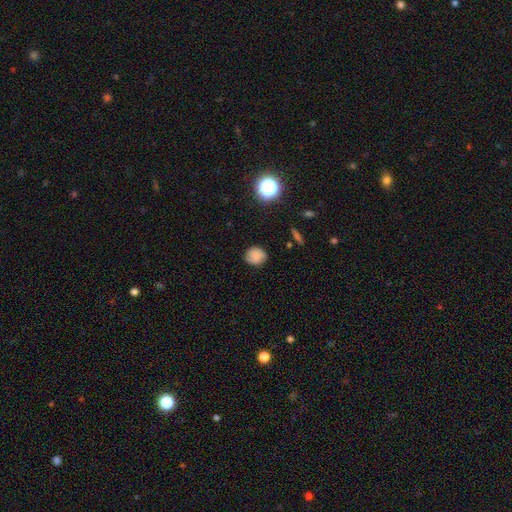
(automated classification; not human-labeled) Smooth or featured? smooth (68%)
How rounded? round (82%)
Merging? none (77%)